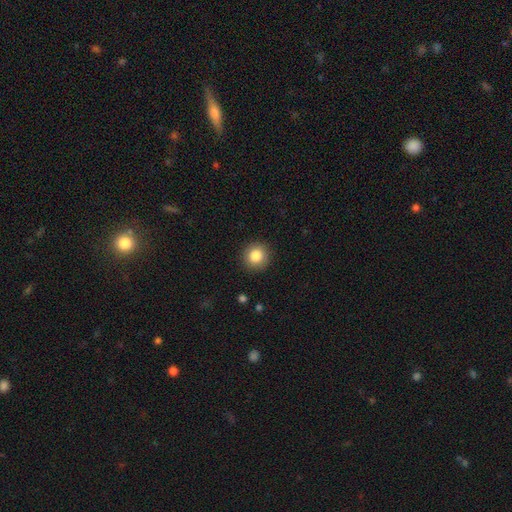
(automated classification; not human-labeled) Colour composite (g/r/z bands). It shows a smooth galaxy with no disk features (85%) that is round (93%). Merging: none (91%).